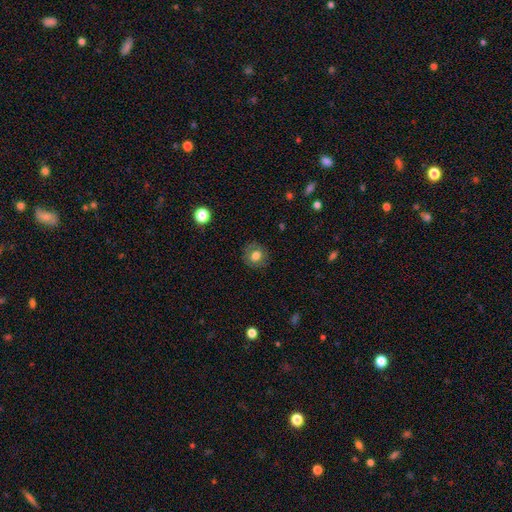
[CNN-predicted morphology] type=smooth (74%); roundness=round (84%); merging=none (84%).